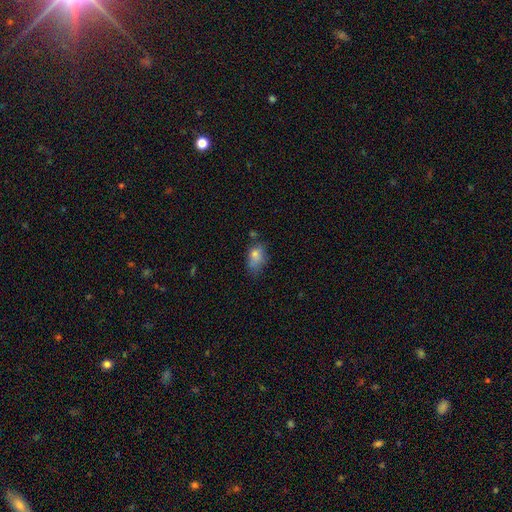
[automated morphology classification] This appears to be a smooth galaxy with no disk features (76%) that is in between round and cigar-shaped (79%). Merging: none (43%).